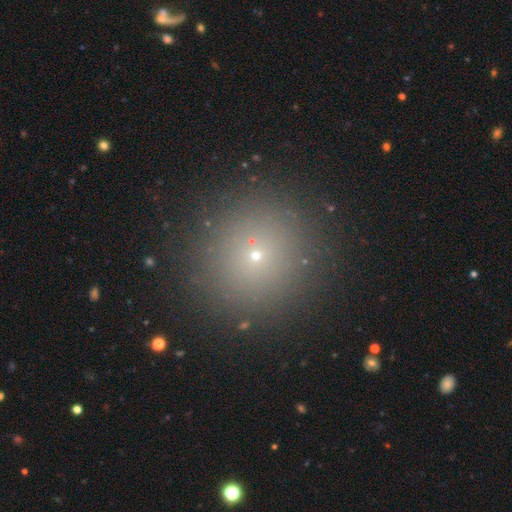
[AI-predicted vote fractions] Smooth or featured? Predicted: smooth (p=0.65). How rounded? Predicted: round (p=0.95). Merging? Predicted: none (p=0.91).